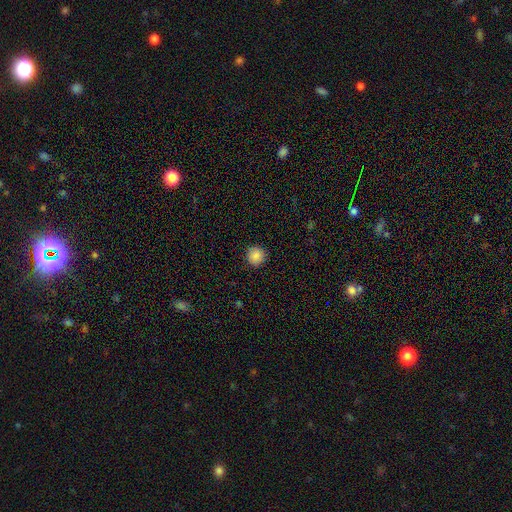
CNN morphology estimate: Q: Smooth or featured?
A: smooth (87%); runner-up: star or artifact (9%)
Q: How rounded?
A: round (95%); runner-up: in between (4%)
Q: Merging?
A: none (92%); runner-up: minor disturbance (5%)